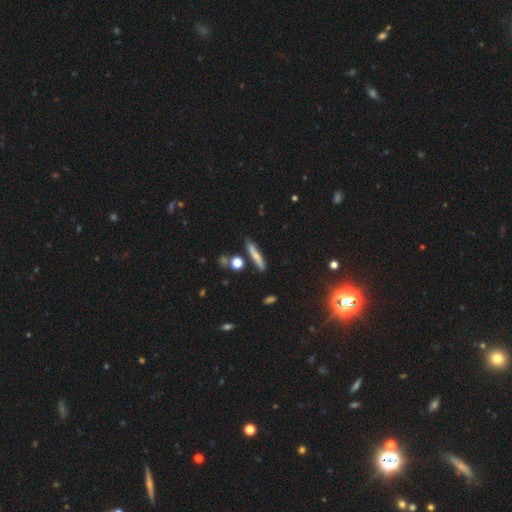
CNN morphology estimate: This appears to be a smooth galaxy with no disk features (59%) that is cigar-shaped (86%). Merging: none (77%).